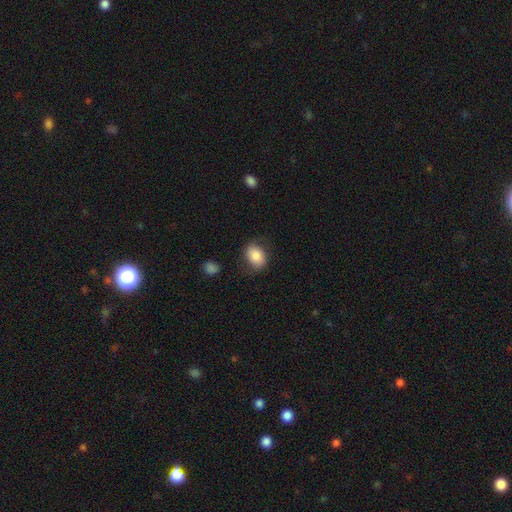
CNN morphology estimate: smooth-or-featured: smooth: 82% | featured or disk: 10% | star or artifact: 7%
  how-rounded: in between: 71% | round: 28% | cigar-shaped: 1%
  merging: none: 71% | minor disturbance: 20% | major disturbance: 7% | merger: 2%